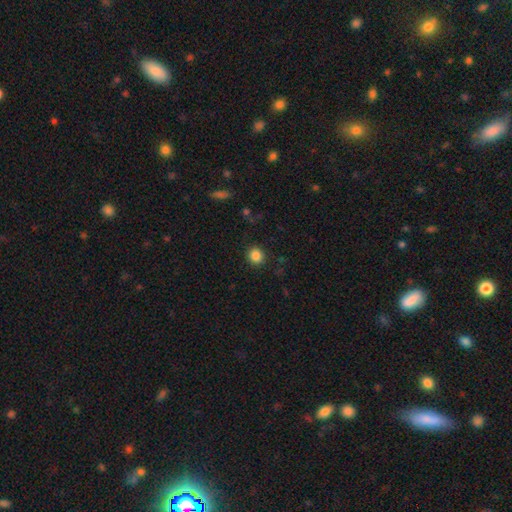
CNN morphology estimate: smooth-or-featured: smooth: 85% | star or artifact: 11% | featured or disk: 4%
  how-rounded: round: 87% | in between: 12% | cigar-shaped: 1%
  merging: none: 90% | minor disturbance: 6% | major disturbance: 2% | merger: 1%